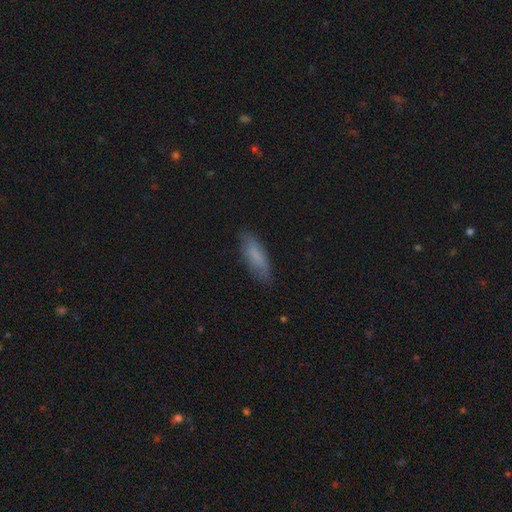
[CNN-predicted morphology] A smooth galaxy with no disk features (78%) that is in between round and cigar-shaped (57%). Merging: none (80%).